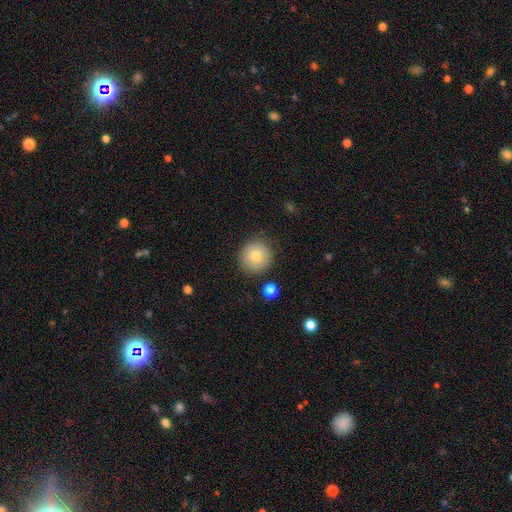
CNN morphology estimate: A smooth galaxy with no disk features (77%) that is round (93%). Merging: none (85%).